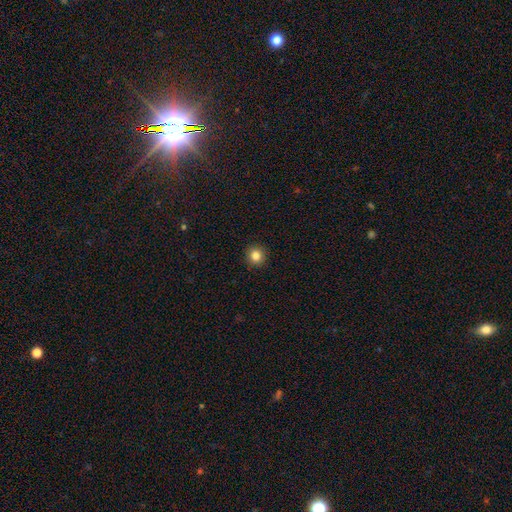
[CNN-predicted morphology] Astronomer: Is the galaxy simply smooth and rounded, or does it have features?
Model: smooth — 84%.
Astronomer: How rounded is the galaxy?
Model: round — 93%.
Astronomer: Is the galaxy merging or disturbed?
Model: none — 93%.